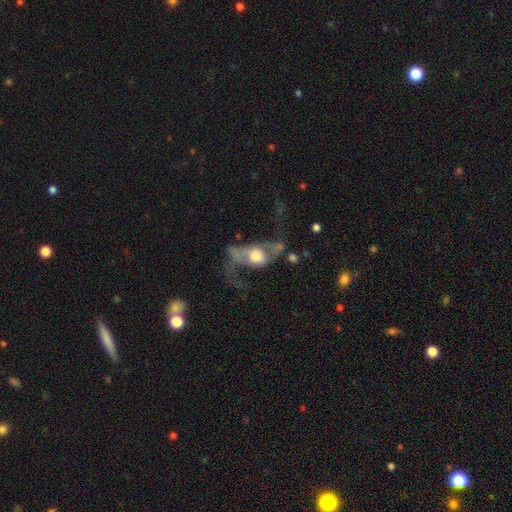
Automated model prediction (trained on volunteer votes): featured or disk 57%, smooth 35%, star or artifact 8%. Down the decision tree: edge-on disk — no (81%); merging — major disturbance (52%).